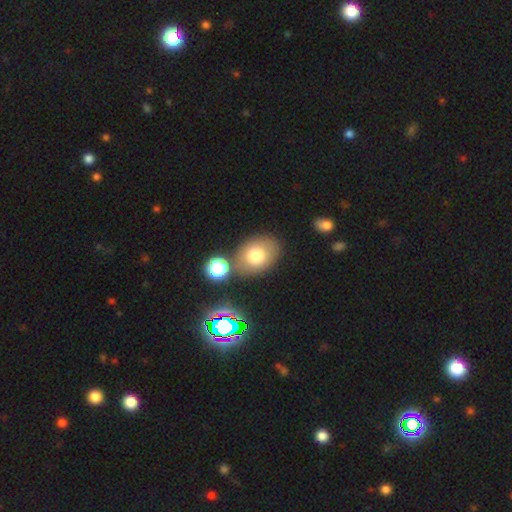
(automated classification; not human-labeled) Q: Smooth or featured?
A: smooth (74%); runner-up: featured or disk (15%)
Q: How rounded?
A: in between (66%); runner-up: round (33%)
Q: Merging?
A: none (66%); runner-up: merger (17%)